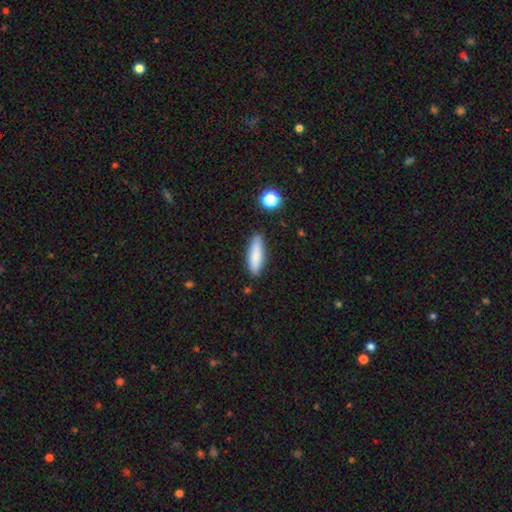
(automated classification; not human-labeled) Overall: smooth (83%). How rounded: cigar-shaped (60%; in between 38%). Merging: none (85%).